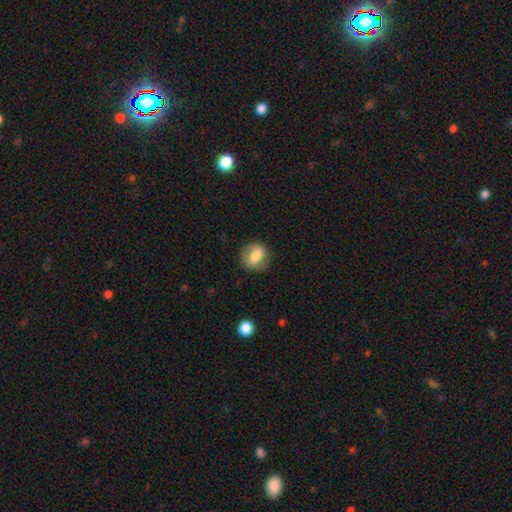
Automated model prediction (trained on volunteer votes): A smooth galaxy with no disk features (68%) that is in between round and cigar-shaped (49%).

Vote fractions:
- Smooth or featured? smooth: 68% / featured or disk: 25% / star or artifact: 8%
- How rounded? in between: 49% / round: 48% / cigar-shaped: 2%
- Merging? none: 79% / minor disturbance: 15% / major disturbance: 5% / merger: 1%